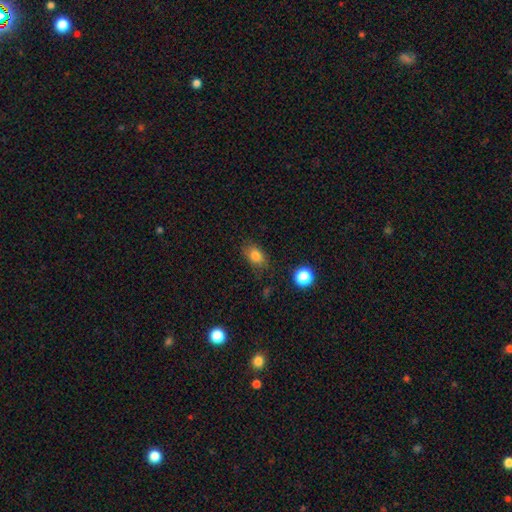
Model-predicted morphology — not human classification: The model was most divided on "how rounded": in between: 78%, round: 19%, cigar-shaped: 2%. More confident: smooth or featured — smooth (81%); merging — none (79%).